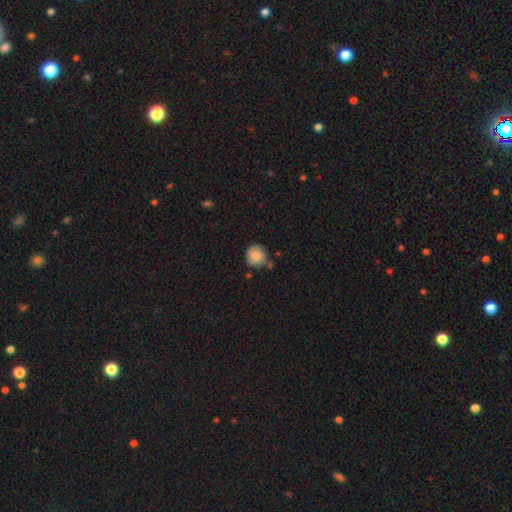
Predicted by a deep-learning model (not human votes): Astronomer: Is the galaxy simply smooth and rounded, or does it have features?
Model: smooth — 83%.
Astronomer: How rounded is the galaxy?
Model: round — 90%.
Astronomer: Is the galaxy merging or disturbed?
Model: none — 71%.